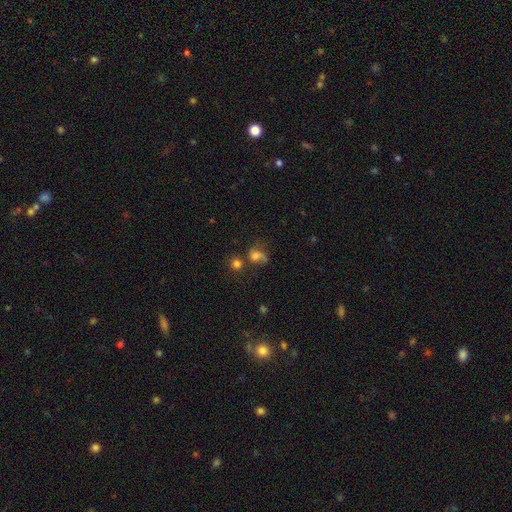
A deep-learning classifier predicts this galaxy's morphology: type=smooth (51%); roundness=round (58%); merging=none (37%).